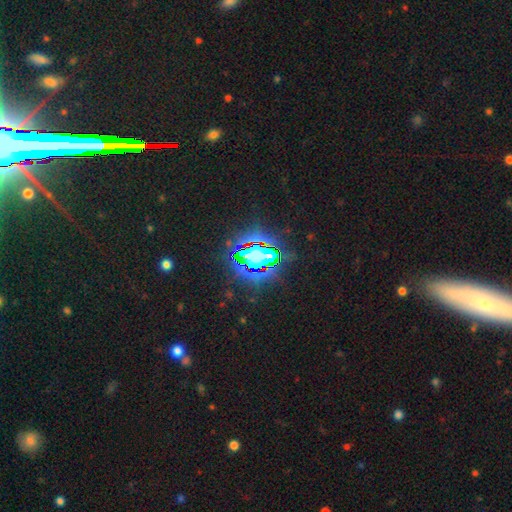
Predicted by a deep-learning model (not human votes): smooth_or_featured: star or artifact (p=0.83) [alt: smooth p=0.09]